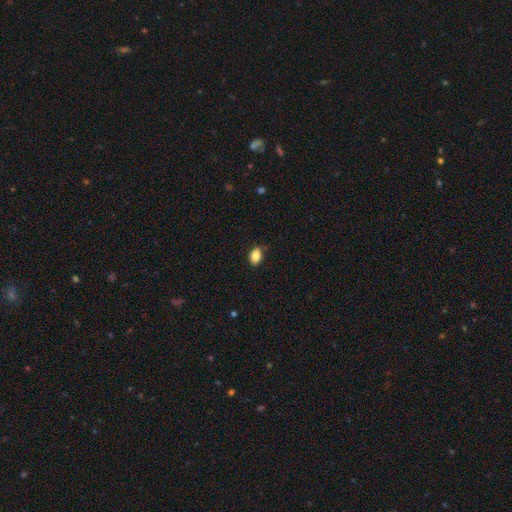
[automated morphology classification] A smooth galaxy with no disk features (85%) that is in between round and cigar-shaped (86%). Merging: none (79%).